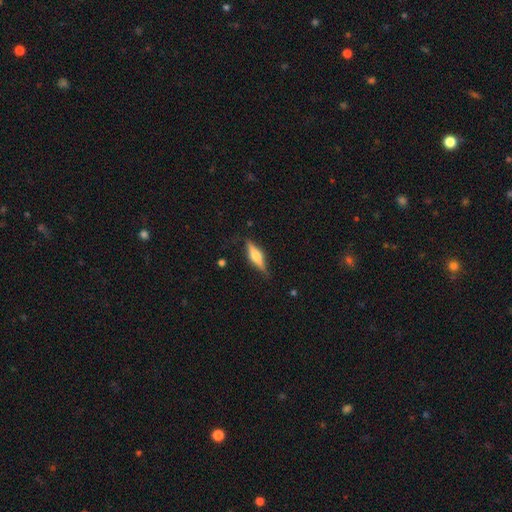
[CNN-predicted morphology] Smooth or featured? featured or disk (59%)
Edge-on disk? yes (95%)
Edge-on bulge? rounded (83%)
Merging? none (81%)